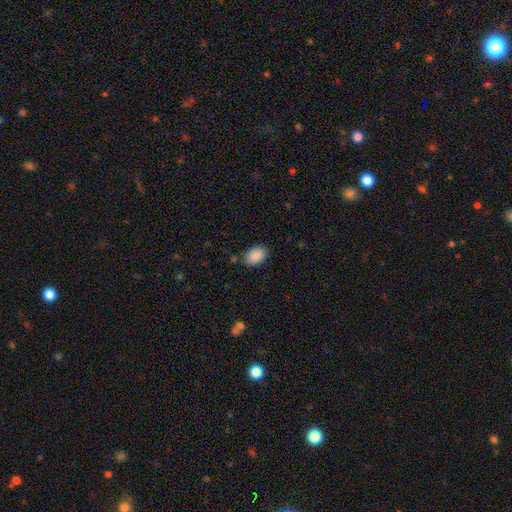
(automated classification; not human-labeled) A smooth galaxy with no disk features (90%) that is in between round and cigar-shaped (84%).

Vote fractions:
- Smooth or featured? smooth: 90% / star or artifact: 7% / featured or disk: 3%
- How rounded? in between: 84% / round: 15% / cigar-shaped: 1%
- Merging? none: 84% / minor disturbance: 11% / major disturbance: 3% / merger: 2%